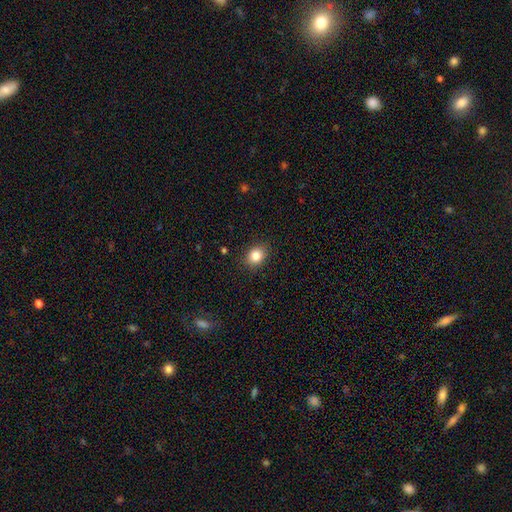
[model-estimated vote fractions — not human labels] Smooth or featured? Predicted: smooth (p=0.84). How rounded? Predicted: round (p=0.52). Merging? Predicted: none (p=0.88).